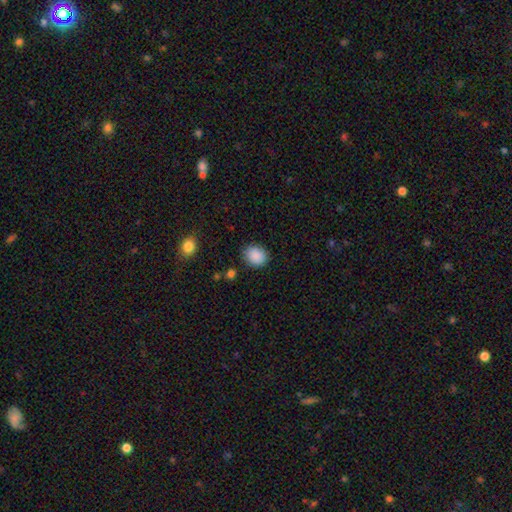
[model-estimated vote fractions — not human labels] This appears to be a smooth galaxy with no disk features (89%) that is round (61%). Merging: none (84%).